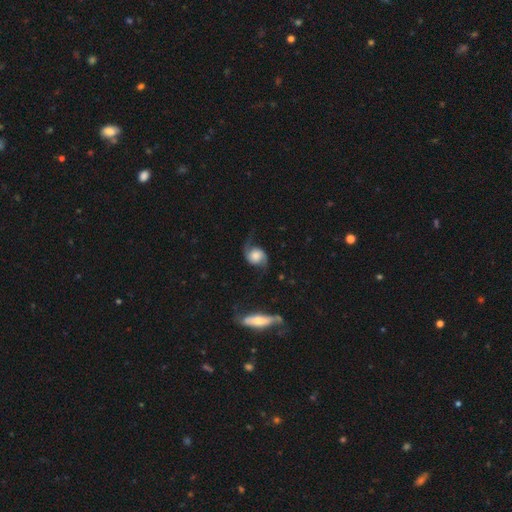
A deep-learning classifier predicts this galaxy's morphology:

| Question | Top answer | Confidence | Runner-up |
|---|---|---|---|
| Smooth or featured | featured or disk | 71% | smooth (22%) |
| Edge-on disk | no | 96% | yes (4%) |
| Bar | no | 69% | weak (25%) |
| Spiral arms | yes | 95% | no (5%) |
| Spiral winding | loose | 68% | medium (24%) |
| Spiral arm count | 2 | 90% | 1 (5%) |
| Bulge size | large | 34% | moderate (21%) |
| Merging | none | 61% | minor disturbance (22%) |